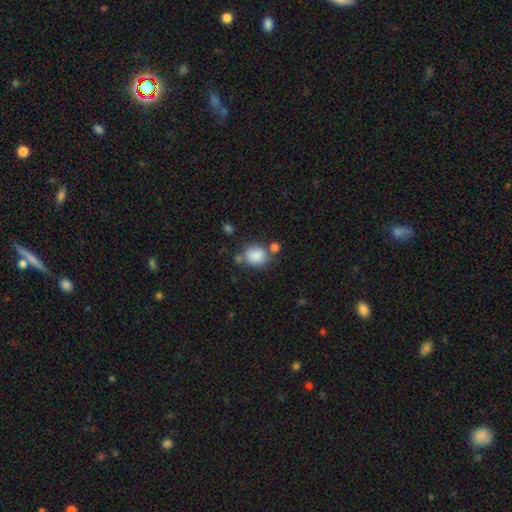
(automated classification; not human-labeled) A smooth galaxy with no disk features (85%) that is round (64%). Merging: none (61%).